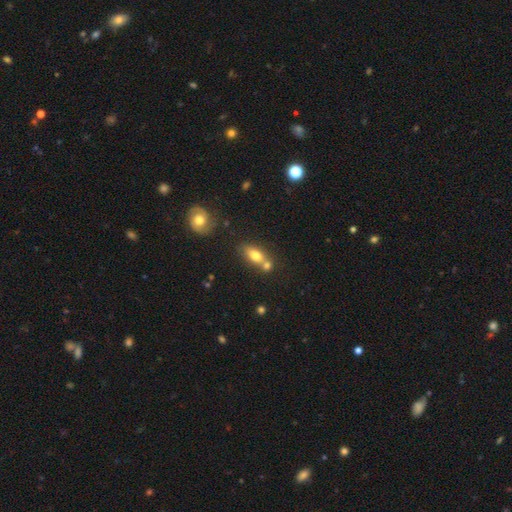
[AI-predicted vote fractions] Q: Smooth or featured?
A: smooth (73%); runner-up: featured or disk (18%)
Q: How rounded?
A: in between (76%); runner-up: cigar-shaped (13%)
Q: Merging?
A: none (45%); runner-up: merger (40%)